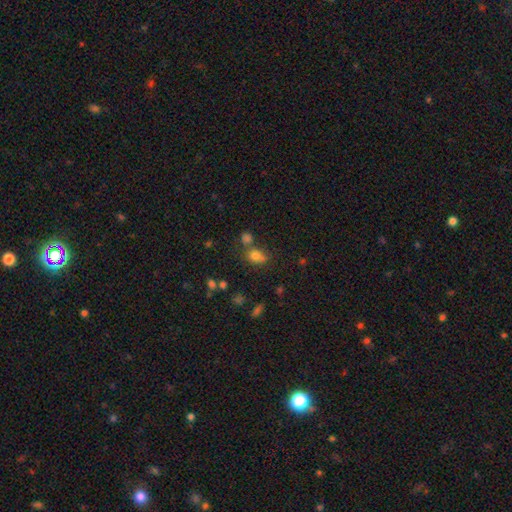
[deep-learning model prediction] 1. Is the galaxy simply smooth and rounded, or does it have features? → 73% smooth, 18% star or artifact, 9% featured or disk.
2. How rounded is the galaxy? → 54% round, 44% in between, 2% cigar-shaped.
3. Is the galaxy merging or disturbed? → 51% none, 28% merger, 15% minor disturbance, 7% major disturbance.